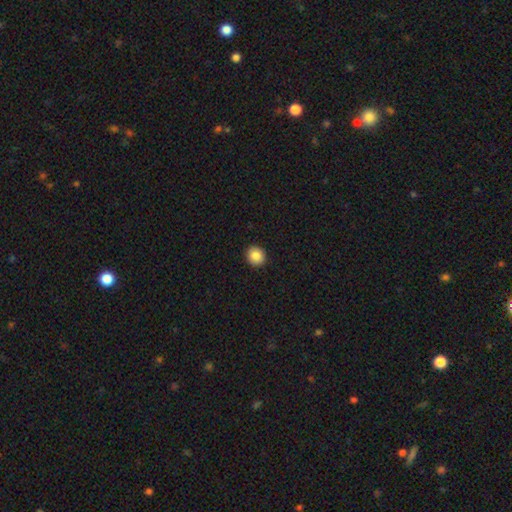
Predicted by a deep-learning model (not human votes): Smooth or featured: smooth — 86% (star or artifact — 9%)
How rounded: round — 84% (in between — 15%)
Merging: none — 93% (minor disturbance — 5%)